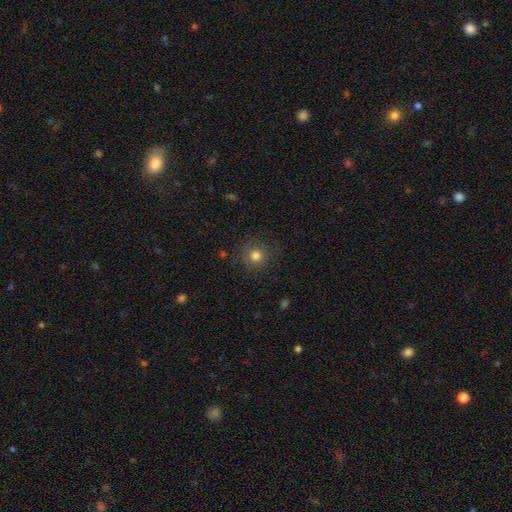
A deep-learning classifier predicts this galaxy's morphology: This appears to be a smooth galaxy with no disk features (80%) that is round (93%). Merging: none (83%).